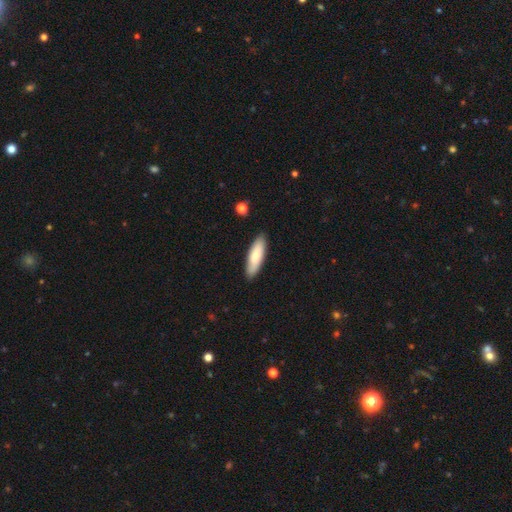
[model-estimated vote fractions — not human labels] Q: Smooth or featured?
A: smooth (80%); runner-up: featured or disk (15%)
Q: How rounded?
A: cigar-shaped (55%); runner-up: in between (44%)
Q: Merging?
A: none (87%); runner-up: minor disturbance (10%)